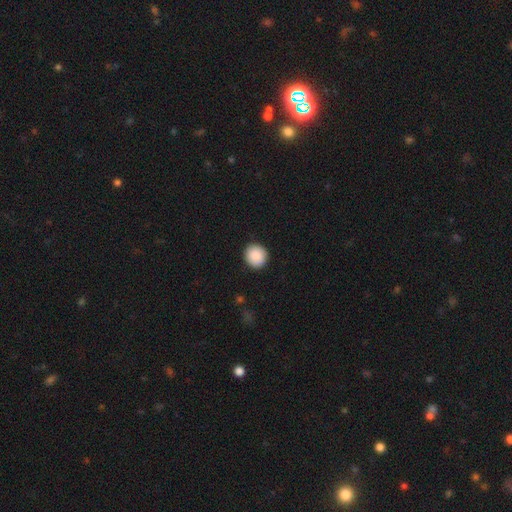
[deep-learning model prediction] Smooth or featured?
  - smooth: 89% *
  - star or artifact: 7%
  - featured or disk: 4%
How rounded?
  - round: 92% *
  - in between: 7%
  - cigar-shaped: 1%
Merging?
  - none: 92% *
  - minor disturbance: 6%
  - major disturbance: 2%
  - merger: 1%